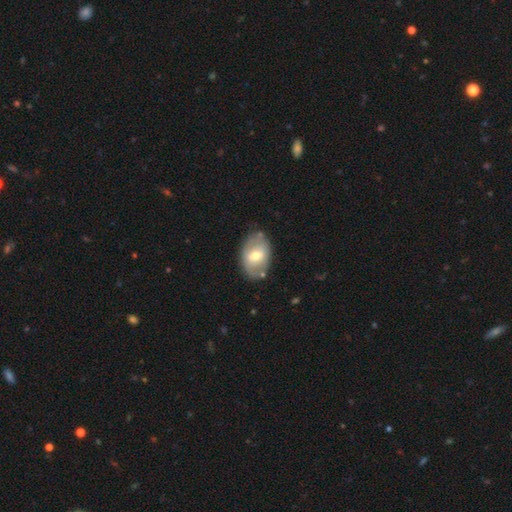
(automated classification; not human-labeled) smooth-or-featured: smooth: 50% | featured or disk: 44% | star or artifact: 6%
  merging: none: 72% | minor disturbance: 18% | major disturbance: 5% | merger: 4%